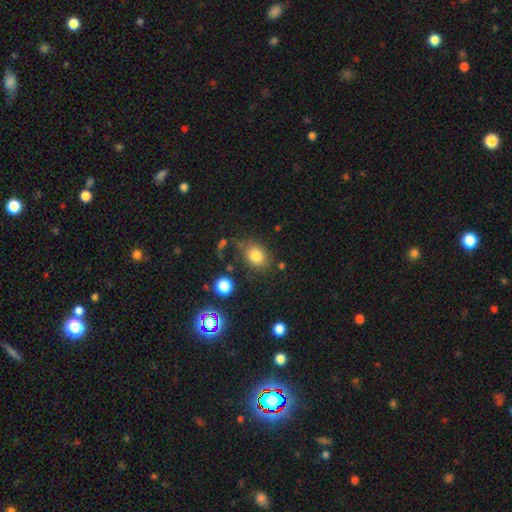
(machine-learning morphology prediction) Overall: smooth (80%). How rounded: in between (62%; round 37%). Merging: none (71%).